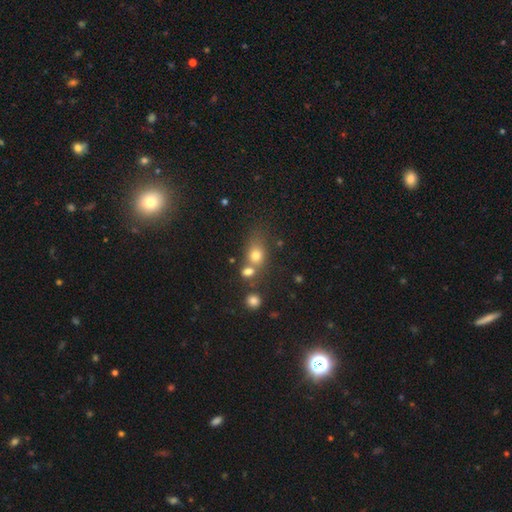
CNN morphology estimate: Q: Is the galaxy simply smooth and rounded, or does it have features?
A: smooth — 73%.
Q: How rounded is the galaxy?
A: round — 53%.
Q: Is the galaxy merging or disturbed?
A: none — 42%.